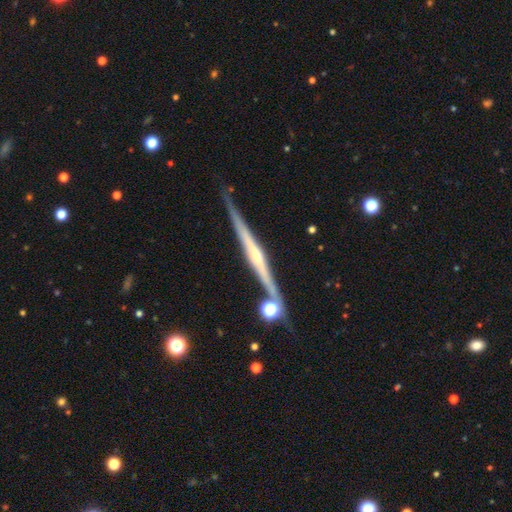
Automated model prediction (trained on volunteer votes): This appears to be a featured or disk galaxy (79%) viewed edge-on (97%) with a rounded central bulge (58%). Merging: none (79%).